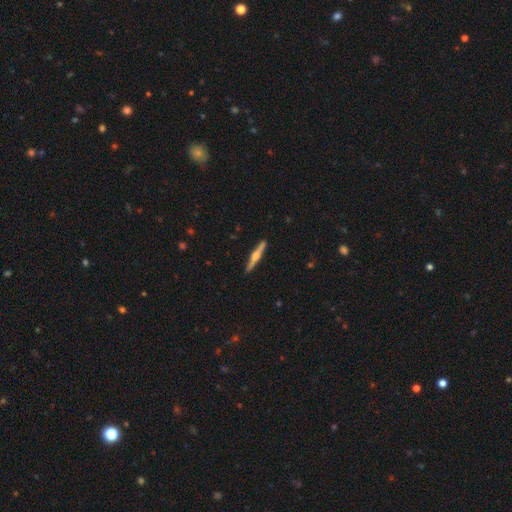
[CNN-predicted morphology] This is likely a featured or disk galaxy (69%). It is clearly viewed edge-on (98%). Edge-on bulge: clearly rounded (91%). Merging: clearly none (91%).